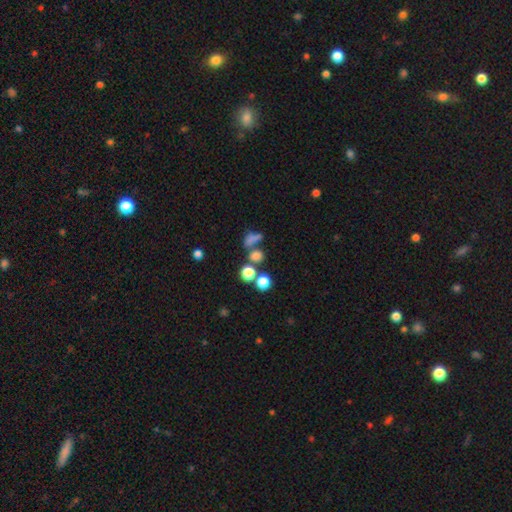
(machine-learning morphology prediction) Overall: smooth (69%). How rounded: round (72%). Merging: none (52%; merger 31%).